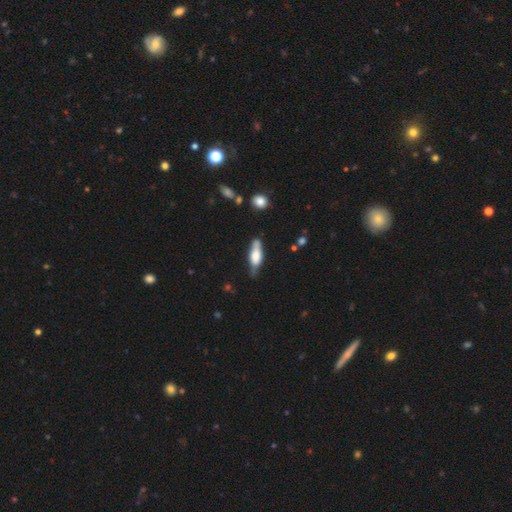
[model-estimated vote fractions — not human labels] A smooth galaxy with no disk features (54%) that is in between round and cigar-shaped (55%).

Vote fractions:
- Smooth or featured? smooth: 54% / featured or disk: 39% / star or artifact: 7%
- How rounded? in between: 55% / cigar-shaped: 43% / round: 2%
- Merging? none: 59% / minor disturbance: 28% / major disturbance: 7% / merger: 6%